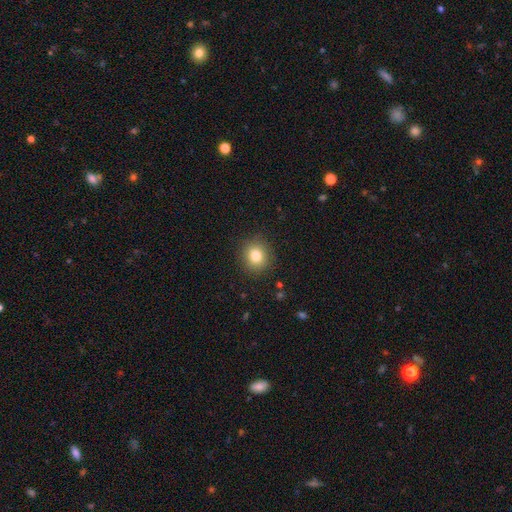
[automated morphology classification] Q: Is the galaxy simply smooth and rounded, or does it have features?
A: smooth — 82%.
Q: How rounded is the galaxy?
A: round — 83%.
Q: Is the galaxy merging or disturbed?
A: none — 89%.